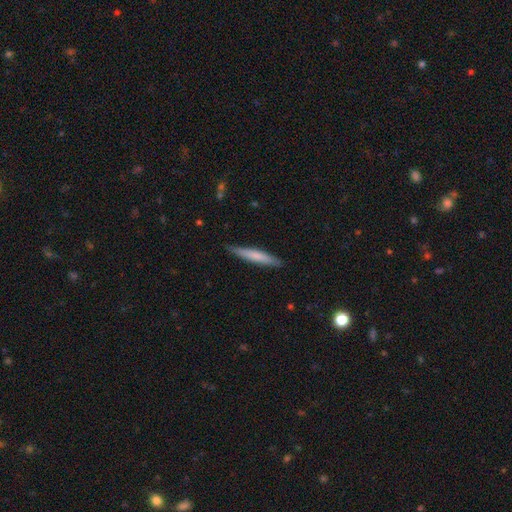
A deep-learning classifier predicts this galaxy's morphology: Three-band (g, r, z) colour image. It shows a smooth galaxy with no disk features (67%) that is cigar-shaped (94%). Merging: none (85%).